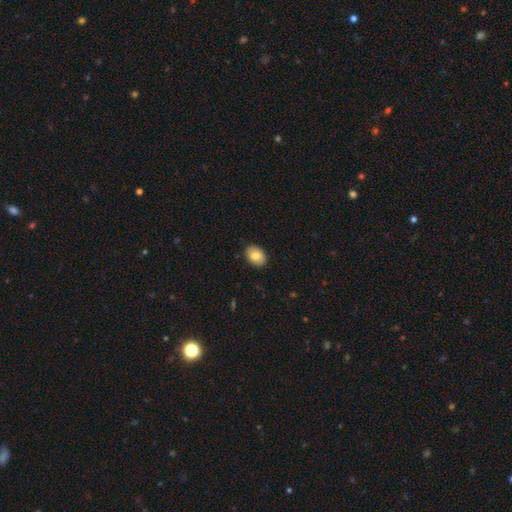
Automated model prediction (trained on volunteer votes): Smooth or featured? smooth (82%)
How rounded? in between (76%)
Merging? none (89%)